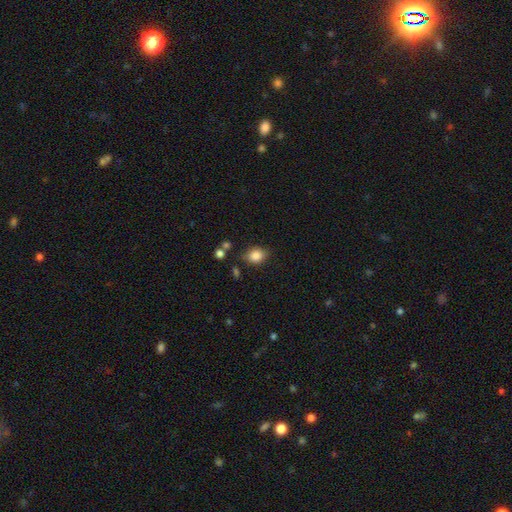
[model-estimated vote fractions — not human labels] Smooth or featured? smooth (84%)
How rounded? round (51%)
Merging? none (75%)